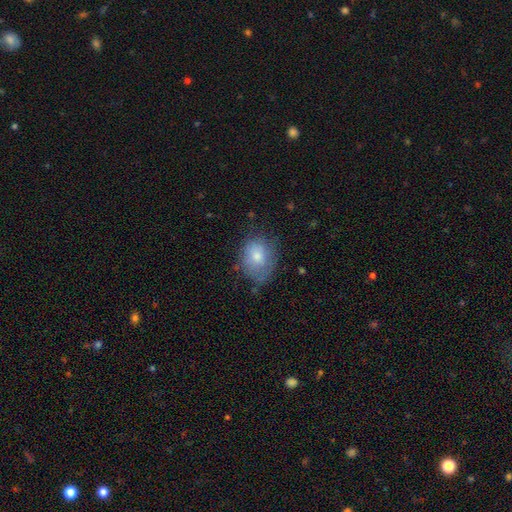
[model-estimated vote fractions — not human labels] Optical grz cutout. It shows a smooth galaxy with no disk features (73%) that is in between round and cigar-shaped (58%). Merging: none (60%).